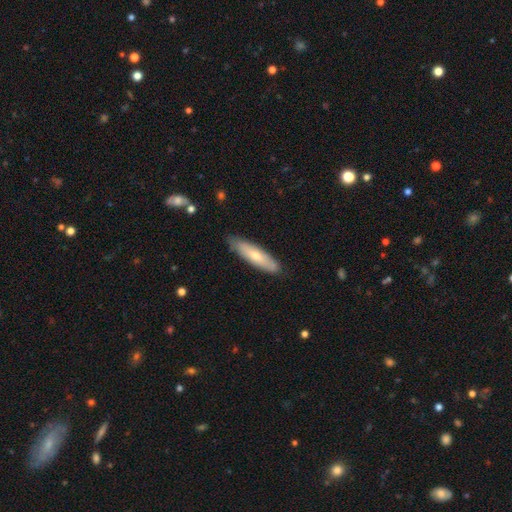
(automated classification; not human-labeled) smooth_or_featured: smooth (p=0.65) [alt: featured or disk p=0.29]
how_rounded: cigar-shaped (p=0.68) [alt: in between p=0.31]
merging: none (p=0.82) [alt: minor disturbance p=0.15]